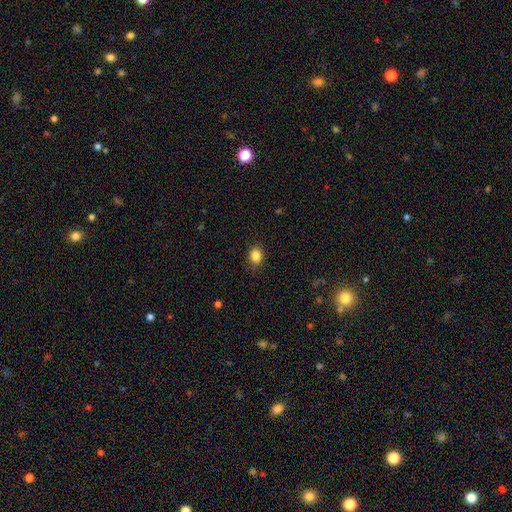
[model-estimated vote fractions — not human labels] Q: Smooth or featured?
A: smooth (84%); runner-up: star or artifact (11%)
Q: How rounded?
A: round (64%); runner-up: in between (35%)
Q: Merging?
A: none (84%); runner-up: minor disturbance (13%)